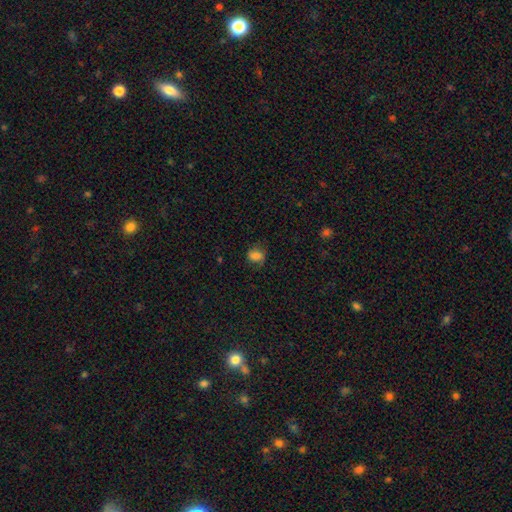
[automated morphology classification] type=smooth (75%); roundness=in between (53%); merging=none (66%).